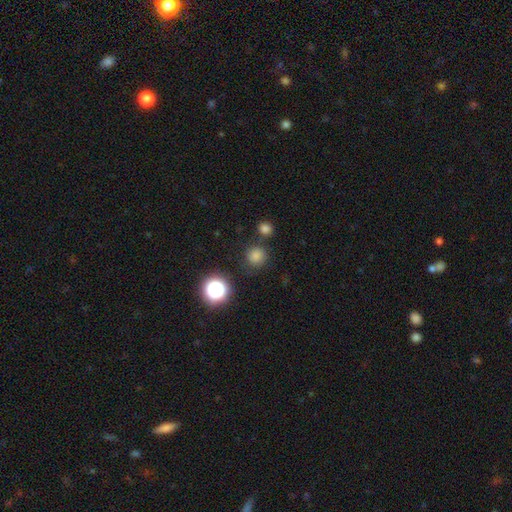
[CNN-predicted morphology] The model was most divided on "smooth or featured": smooth: 73%, star or artifact: 21%, featured or disk: 6%. More confident: how rounded — round (94%); merging — none (81%).